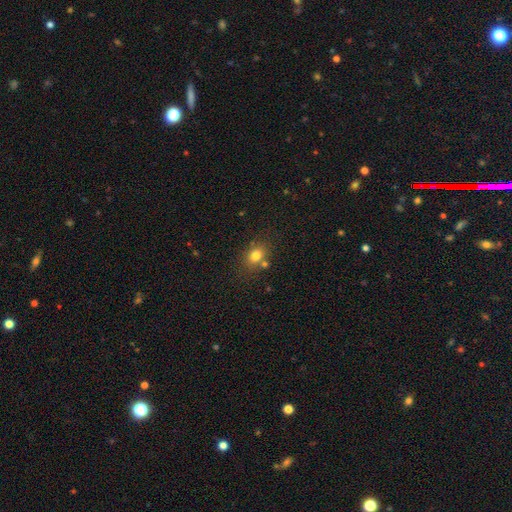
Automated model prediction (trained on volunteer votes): Smooth or featured? smooth (78%)
How rounded? in between (54%)
Merging? none (69%)